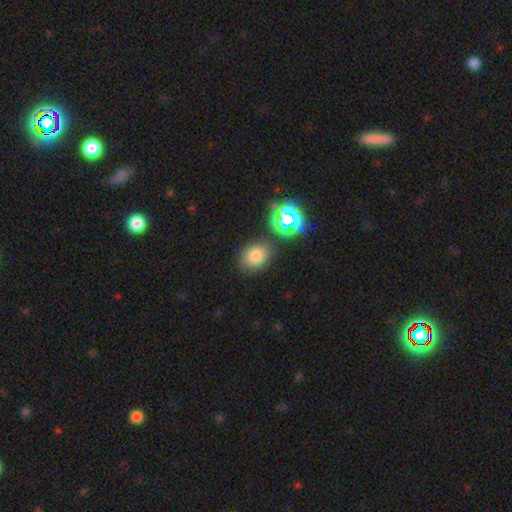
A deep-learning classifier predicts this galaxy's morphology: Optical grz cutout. It shows a smooth galaxy with no disk features (71%) that is in between round and cigar-shaped (58%). Merging: none (81%).